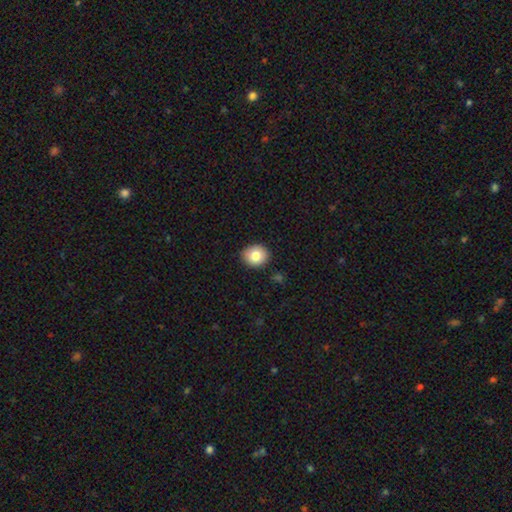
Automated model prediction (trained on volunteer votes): A smooth galaxy with no disk features (80%) that is round (73%). Merging: none (89%).